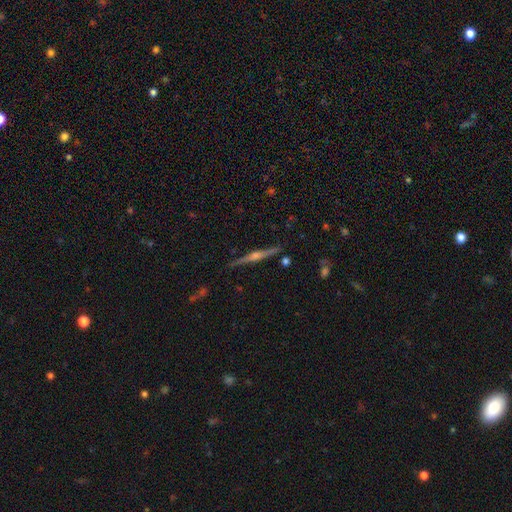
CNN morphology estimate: smooth-or-featured: featured or disk: 84% | smooth: 9% | star or artifact: 7%
  disk-edge-on: yes: 98% | no: 2%
    edge-on-bulge: rounded: 89% | boxy: 6% | none: 5%
  merging: none: 91% | minor disturbance: 6% | major disturbance: 1% | merger: 1%